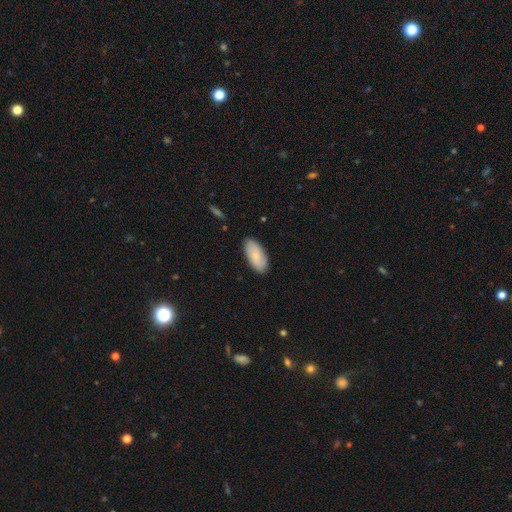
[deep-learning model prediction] This is likely a smooth galaxy (78%). How rounded: clearly in between (92%). Merging: clearly none (86%).